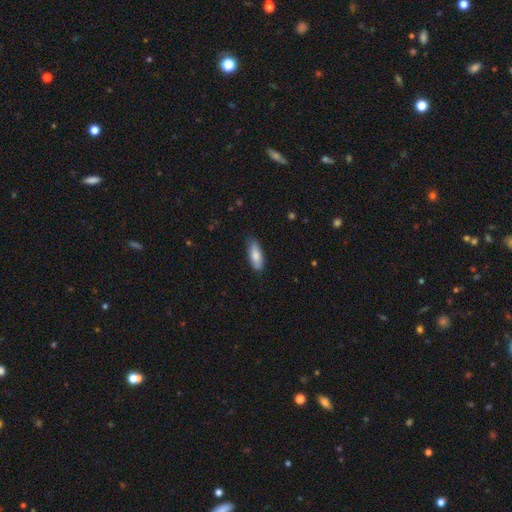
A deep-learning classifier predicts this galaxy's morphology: This appears to be a smooth galaxy with no disk features (81%) that is in between round and cigar-shaped (75%). Merging: none (78%).